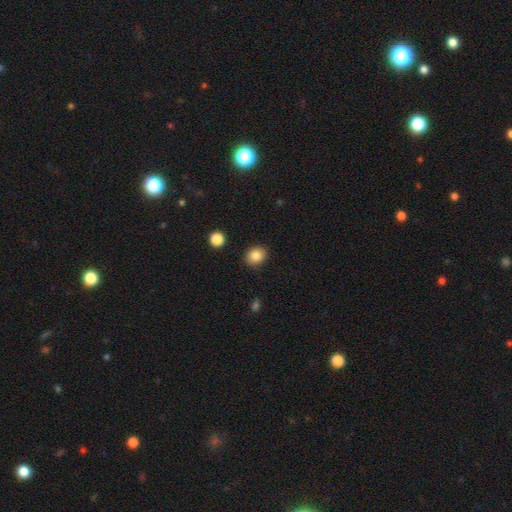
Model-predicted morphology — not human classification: This appears to be a smooth galaxy with no disk features (86%) that is round (68%). Merging: none (89%).